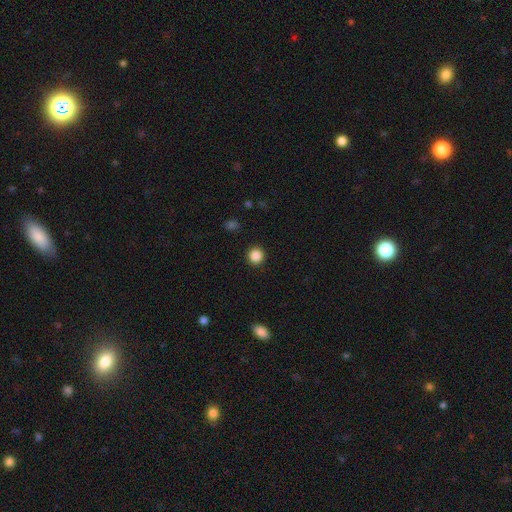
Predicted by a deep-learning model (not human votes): smooth_or_featured: smooth (p=0.87) [alt: star or artifact p=0.10]
how_rounded: round (p=0.94) [alt: in between p=0.05]
merging: none (p=0.91) [alt: minor disturbance p=0.05]